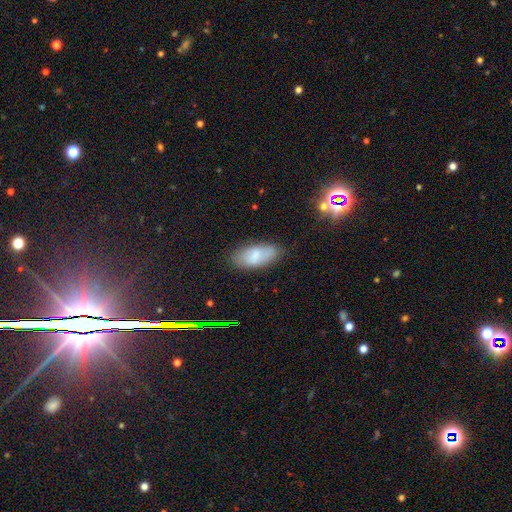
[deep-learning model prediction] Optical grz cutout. It shows a smooth galaxy with no disk features (72%) that is in between round and cigar-shaped (89%). Merging: none (75%).